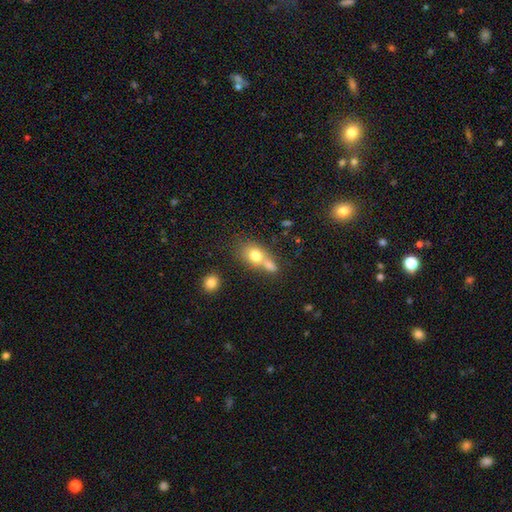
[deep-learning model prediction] Smooth or featured? Predicted: smooth (p=0.74). How rounded? Predicted: in between (p=0.58). Merging? Predicted: merger (p=0.52).